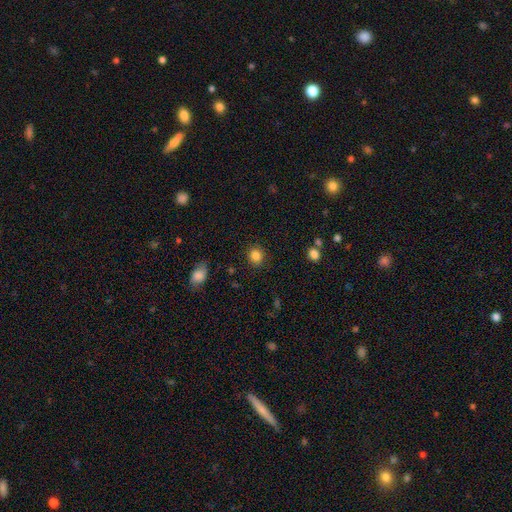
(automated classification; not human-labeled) Smooth or featured? Predicted: smooth (p=0.85). How rounded? Predicted: round (p=0.80). Merging? Predicted: none (p=0.88).